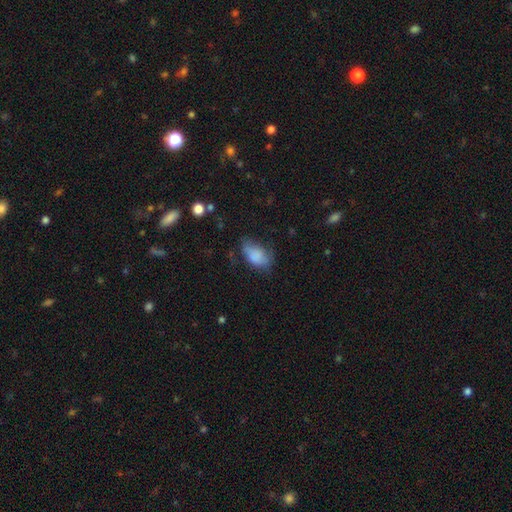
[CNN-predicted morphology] smooth 78%, featured or disk 13%, star or artifact 8%. Down the decision tree: how rounded — in between (90%); merging — none (45%).